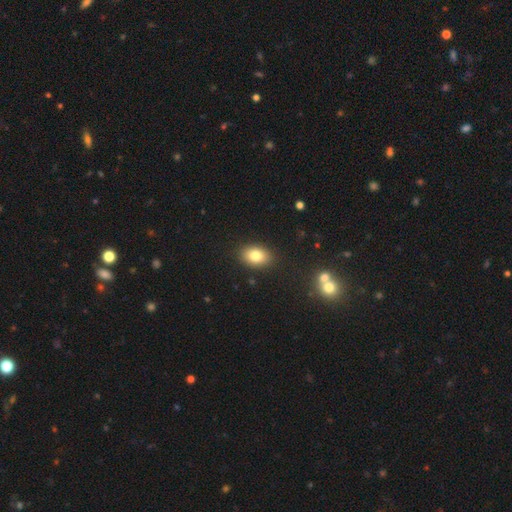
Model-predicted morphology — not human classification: Smooth or featured: smooth — 80% (featured or disk — 10%)
How rounded: in between — 81% (round — 18%)
Merging: none — 88% (minor disturbance — 8%)